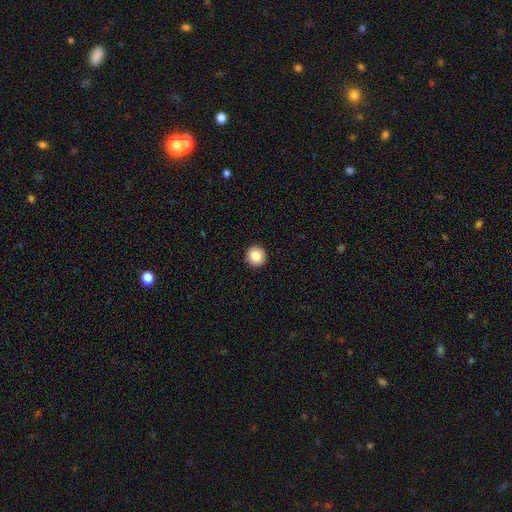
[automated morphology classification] Smooth or featured? Predicted: smooth (p=0.84). How rounded? Predicted: round (p=0.95). Merging? Predicted: none (p=0.94).